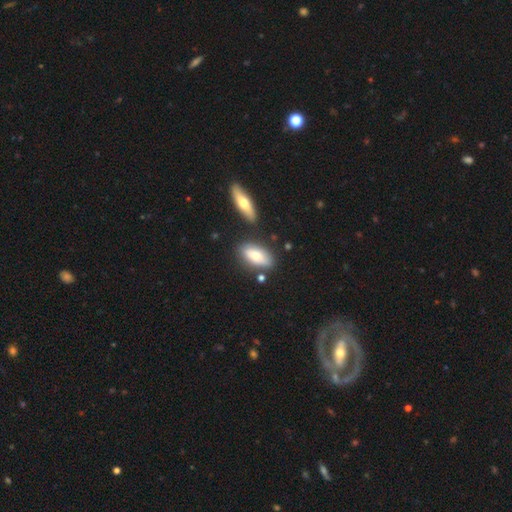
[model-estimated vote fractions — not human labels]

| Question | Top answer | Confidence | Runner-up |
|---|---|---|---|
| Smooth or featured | smooth | 71% | featured or disk (23%) |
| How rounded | in between | 83% | cigar-shaped (14%) |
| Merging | none | 75% | minor disturbance (13%) |